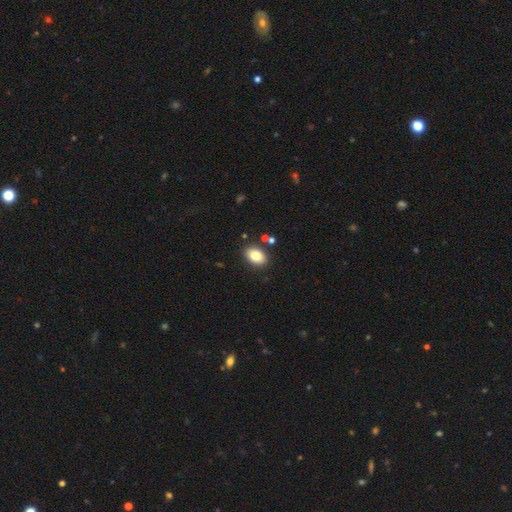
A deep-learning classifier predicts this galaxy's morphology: Overall: smooth (83%). How rounded: in between (85%). Merging: none (84%).